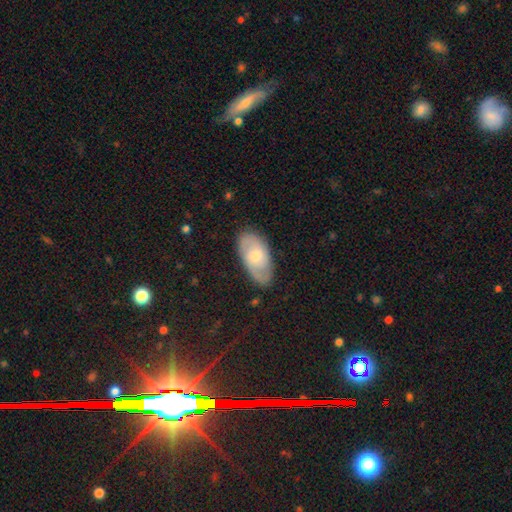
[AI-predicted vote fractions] This is possibly a featured or disk galaxy (49%). Merging: clearly none (81%).